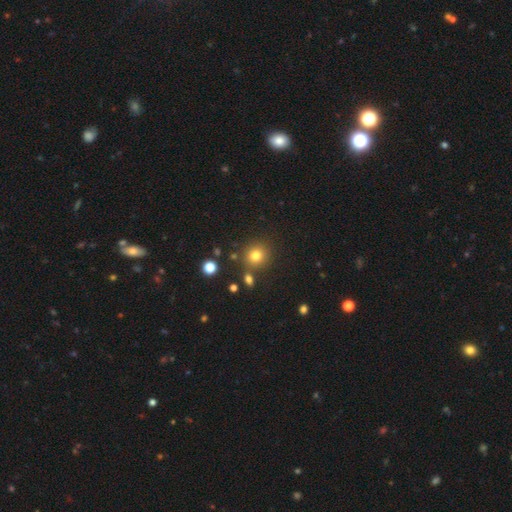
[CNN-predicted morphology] This appears to be a smooth galaxy with no disk features (79%) that is round (87%). Merging: none (81%).